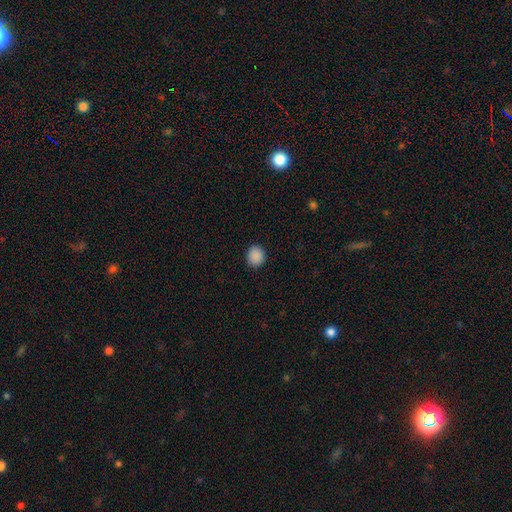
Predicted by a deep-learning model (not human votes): Smooth or featured? Predicted: smooth (p=0.89). How rounded? Predicted: round (p=0.81). Merging? Predicted: none (p=0.89).